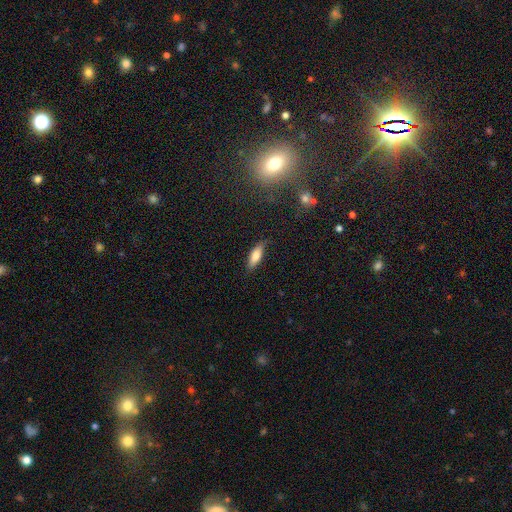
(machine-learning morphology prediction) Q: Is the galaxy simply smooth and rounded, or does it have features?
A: smooth — 78%.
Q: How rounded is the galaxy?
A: in between — 57%.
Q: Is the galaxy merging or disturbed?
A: none — 77%.